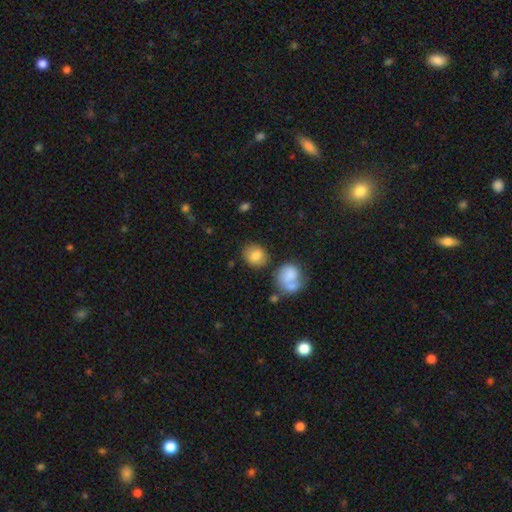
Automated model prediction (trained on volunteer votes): Q: Smooth or featured?
A: smooth (80%); runner-up: featured or disk (11%)
Q: How rounded?
A: round (72%); runner-up: in between (27%)
Q: Merging?
A: none (75%); runner-up: minor disturbance (13%)